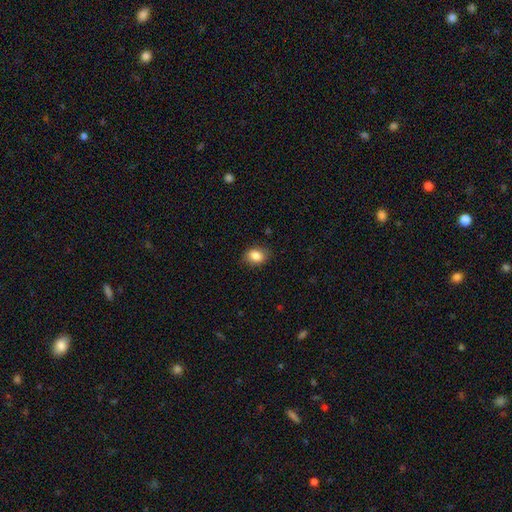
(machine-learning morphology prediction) Overall: smooth (85%). How rounded: in between (69%; round 30%). Merging: none (84%).